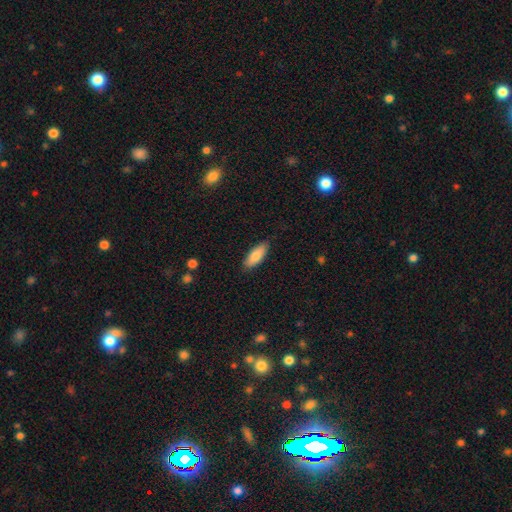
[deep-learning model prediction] Smooth or featured? smooth (81%)
How rounded? in between (71%)
Merging? none (86%)